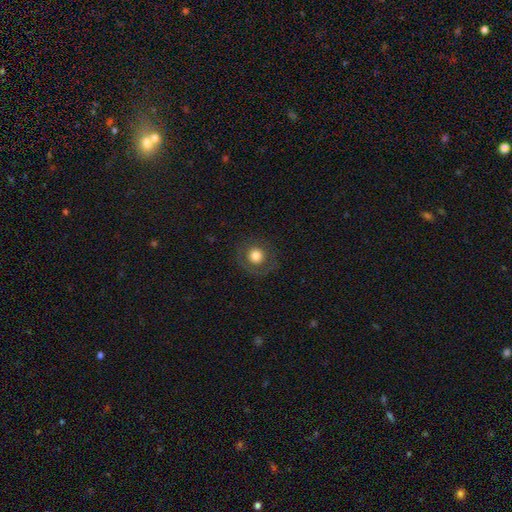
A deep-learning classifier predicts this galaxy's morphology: smooth 72%, featured or disk 18%, star or artifact 10%. Down the decision tree: how rounded — round (90%); merging — none (81%).